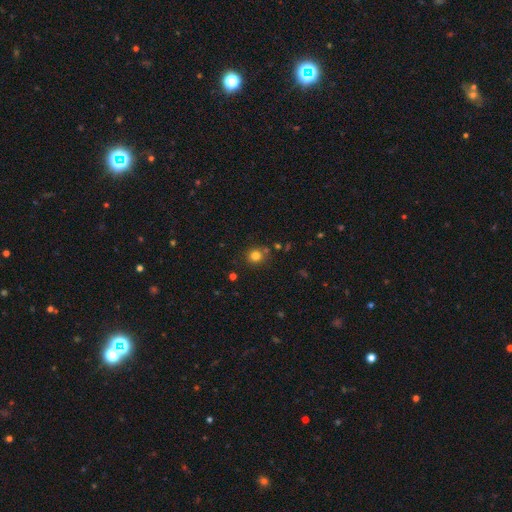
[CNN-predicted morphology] The model was most divided on "smooth or featured": smooth: 80%, star or artifact: 14%, featured or disk: 6%. More confident: how rounded — round (88%); merging — none (79%).